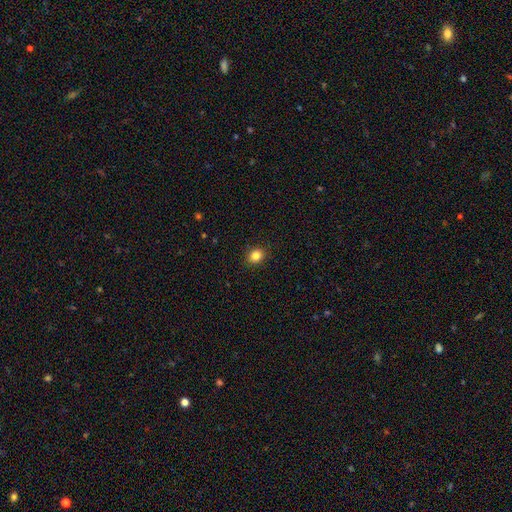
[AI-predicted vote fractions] A smooth galaxy with no disk features (84%) that is round (70%). Merging: none (91%).